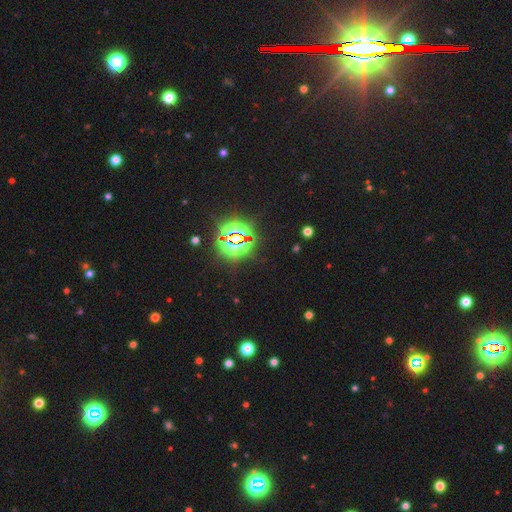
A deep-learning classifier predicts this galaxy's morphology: This is clearly a star or artifact rather than a galaxy (83%).